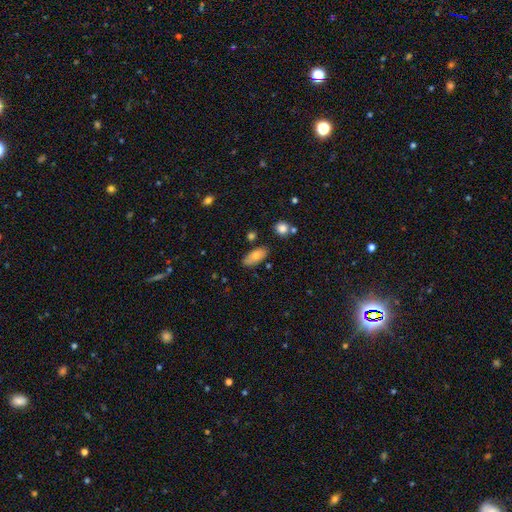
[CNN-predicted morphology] A smooth galaxy with no disk features (76%) that is in between round and cigar-shaped (88%).

Vote fractions:
- Smooth or featured? smooth: 76% / featured or disk: 16% / star or artifact: 7%
- How rounded? in between: 88% / cigar-shaped: 9% / round: 3%
- Merging? none: 78% / minor disturbance: 15% / merger: 4% / major disturbance: 3%